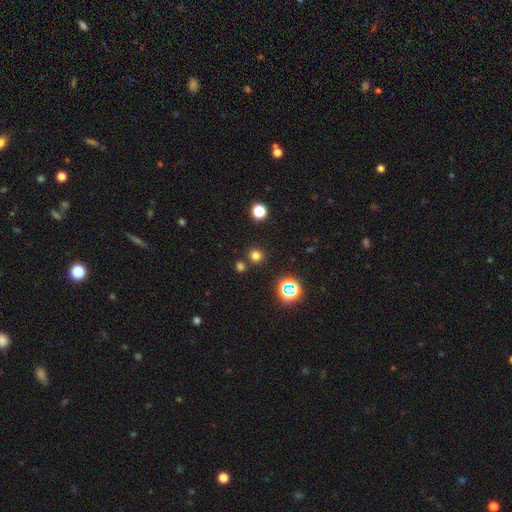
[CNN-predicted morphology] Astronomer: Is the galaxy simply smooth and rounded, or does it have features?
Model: smooth — 71%.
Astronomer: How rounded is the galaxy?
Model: round — 93%.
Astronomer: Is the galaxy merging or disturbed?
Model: none — 82%.